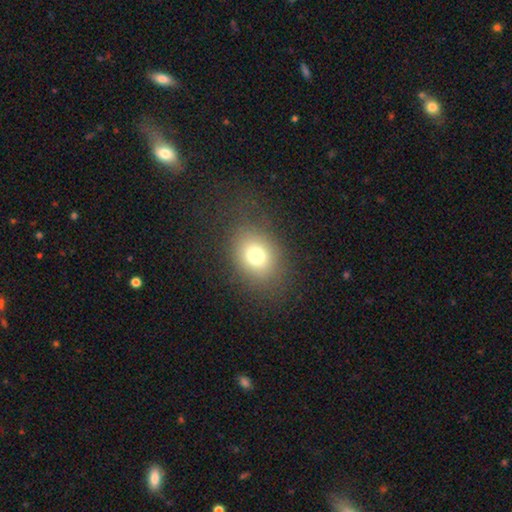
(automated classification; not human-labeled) The model was most divided on "how rounded": round: 50%, in between: 49%, cigar-shaped: 1%. More confident: merging — none (78%); smooth or featured — smooth (74%).